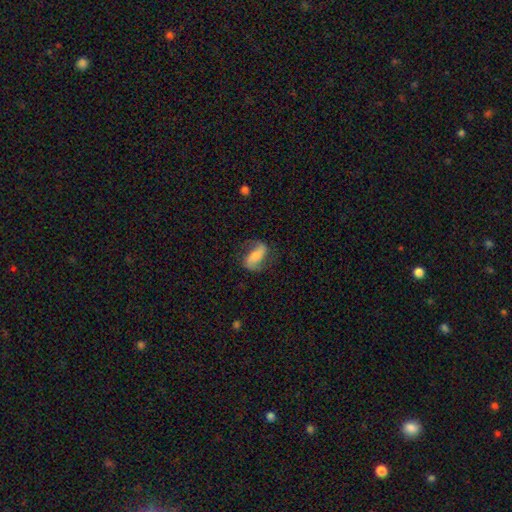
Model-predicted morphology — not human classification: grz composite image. It shows a featured or disk galaxy (60%) with a strong bar (38%), 2 (90%) loose (56%) spiral arms (91%) and no central bulge (31%). Merging: none (68%).